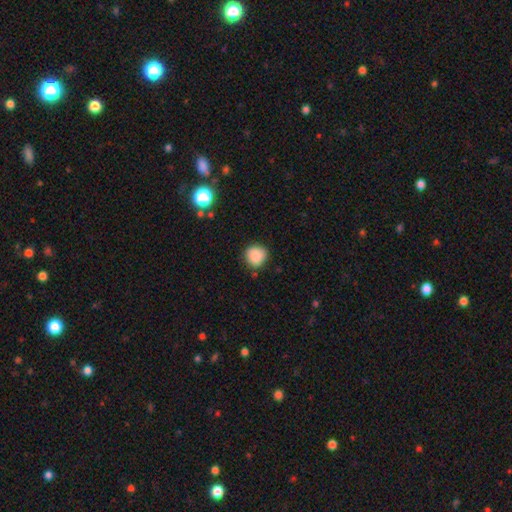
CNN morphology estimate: smooth 86%, star or artifact 9%, featured or disk 6%. Down the decision tree: how rounded — round (84%); merging — none (78%).